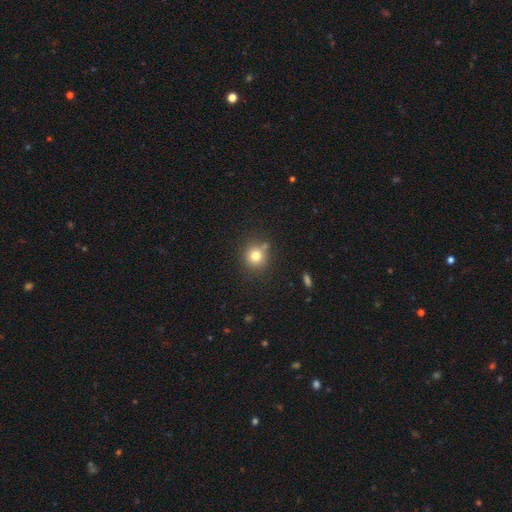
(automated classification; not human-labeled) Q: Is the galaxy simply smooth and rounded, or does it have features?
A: smooth — 78%.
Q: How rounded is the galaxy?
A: round — 91%.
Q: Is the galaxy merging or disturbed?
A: none — 77%.